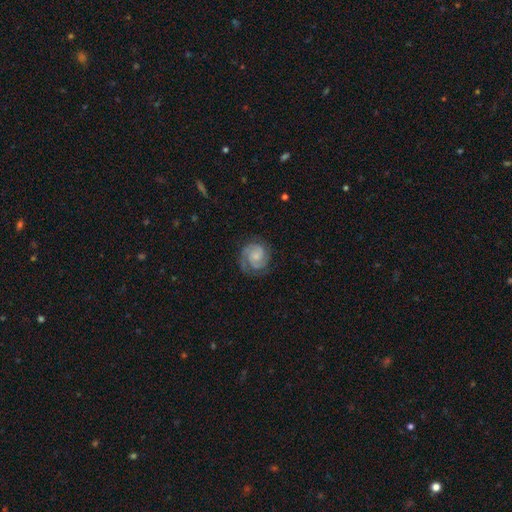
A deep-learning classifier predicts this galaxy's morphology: Smooth or featured? featured or disk (82%)
Edge-on disk? no (98%)
Bar? no (69%)
Spiral arms? yes (97%)
Spiral winding? tight (60%)
Spiral arm count? 2 (61%)
Bulge size? small (61%)
Merging? none (74%)